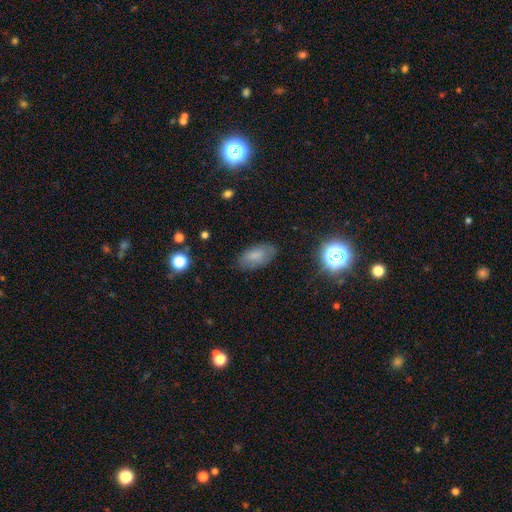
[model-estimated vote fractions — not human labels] This is likely a smooth galaxy (76%). How rounded: clearly in between (93%). Merging: likely none (79%).